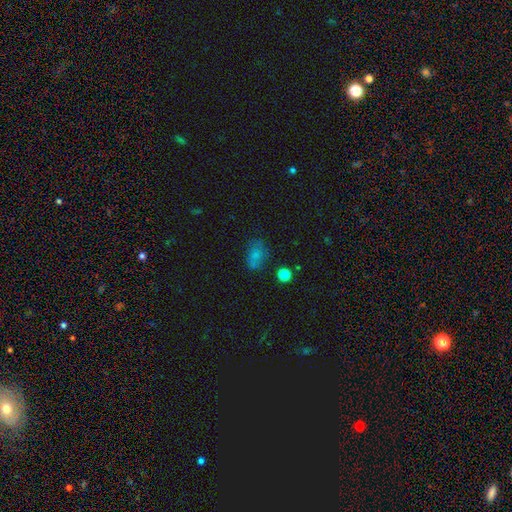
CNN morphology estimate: Smooth or featured?
  - smooth: 70% *
  - star or artifact: 16%
  - featured or disk: 14%
How rounded?
  - in between: 81% *
  - round: 17%
  - cigar-shaped: 2%
Merging?
  - none: 58% *
  - minor disturbance: 25%
  - major disturbance: 11%
  - merger: 6%